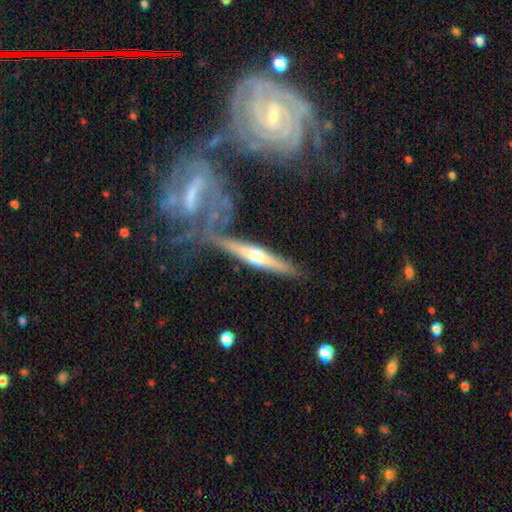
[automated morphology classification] Smooth or featured: featured or disk — 67% (smooth — 27%)
Edge-on disk: yes — 88% (no — 12%)
Edge-on bulge: rounded — 89% (none — 7%)
Merging: none — 67% (merger — 15%)